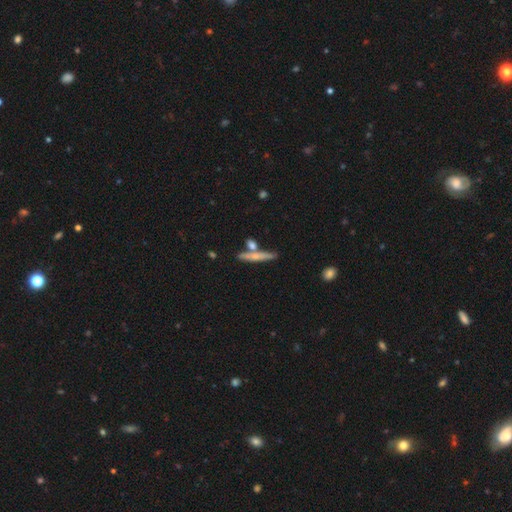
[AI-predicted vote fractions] A smooth galaxy with no disk features (53%) that is cigar-shaped (89%).

Vote fractions:
- Smooth or featured? smooth: 53% / featured or disk: 40% / star or artifact: 7%
- How rounded? cigar-shaped: 89% / in between: 8% / round: 3%
- Merging? none: 69% / merger: 17% / minor disturbance: 11% / major disturbance: 3%